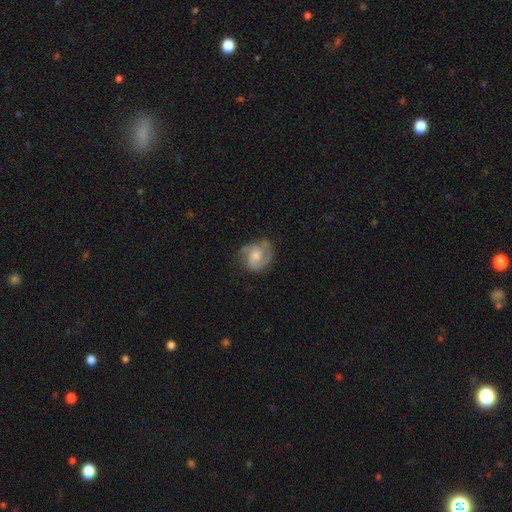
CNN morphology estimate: featured or disk 76%, smooth 18%, star or artifact 6%. Down the decision tree: edge-on disk — no (98%); bar — no (61%); spiral arms — yes (94%); spiral arm count — 2 (67%); spiral winding — medium (46%); bulge size — moderate (54%); merging — none (65%).